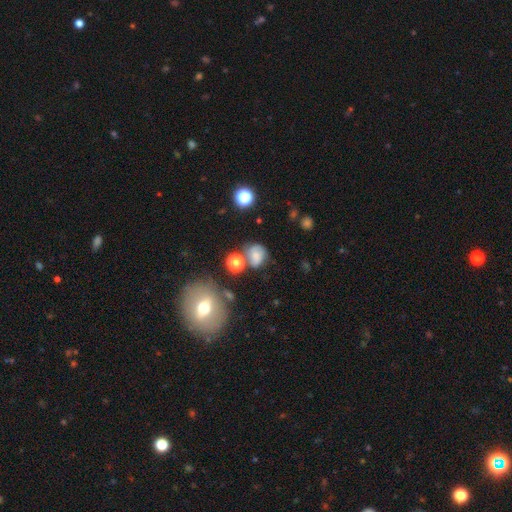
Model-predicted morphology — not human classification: type=smooth (60%); roundness=round (61%); merging=none (50%).